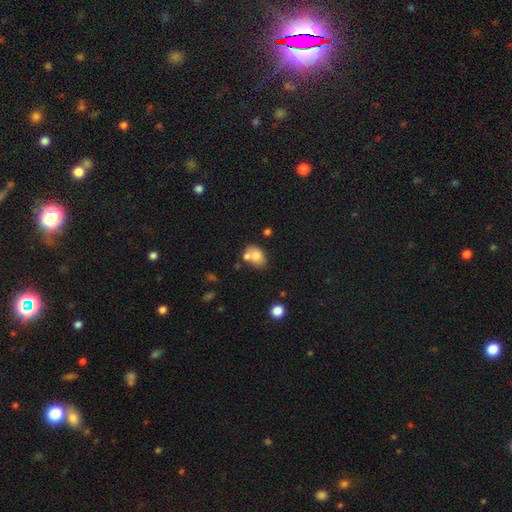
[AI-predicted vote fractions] smooth 74%, featured or disk 17%, star or artifact 9%. Down the decision tree: how rounded — in between (73%); merging — none (46%).